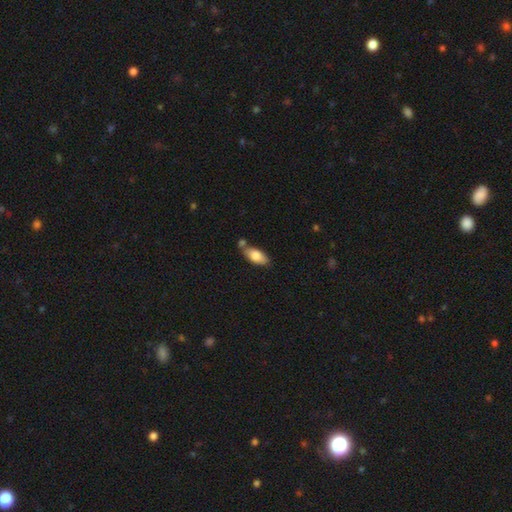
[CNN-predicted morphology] smooth 78%, featured or disk 16%, star or artifact 6%. Down the decision tree: how rounded — in between (87%); merging — none (57%).